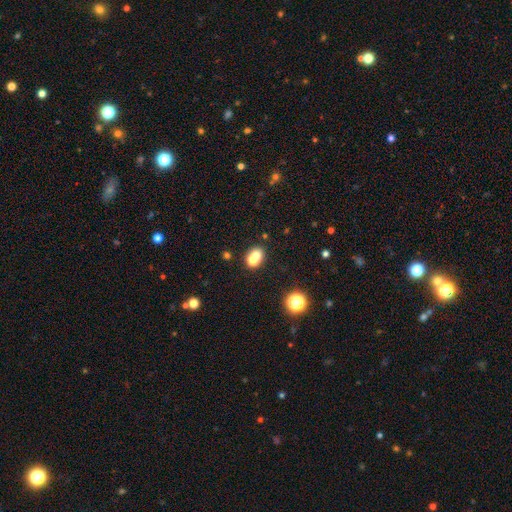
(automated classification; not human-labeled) The model was most divided on "how rounded": in between: 50%, round: 48%, cigar-shaped: 1%. Remaining: smooth or featured — smooth (69%); merging — merger (49%).